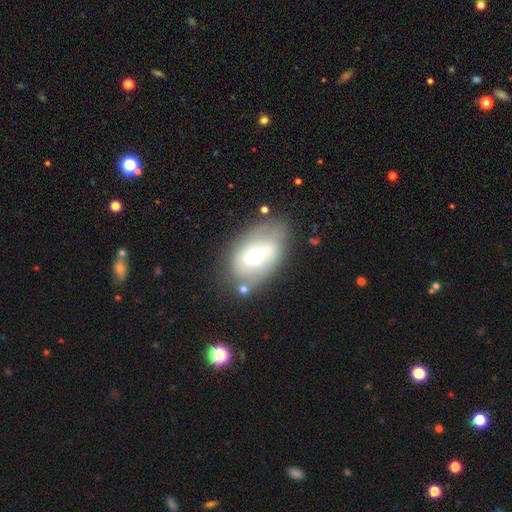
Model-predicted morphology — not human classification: This appears to be a featured or disk galaxy (55%) with a strong bar (41%), no spiral arms (55%) and a moderate central bulge (29%). Merging: none (49%).